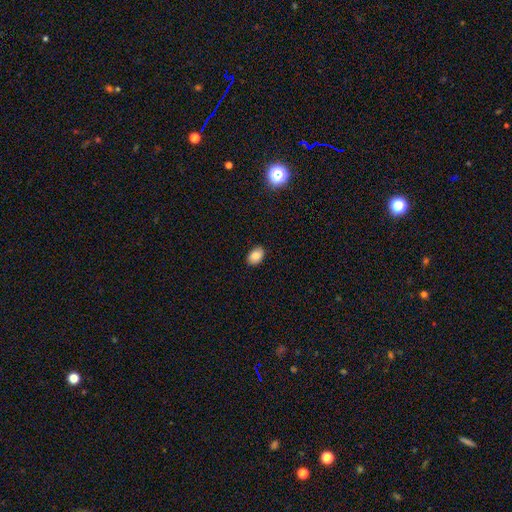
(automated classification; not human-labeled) A smooth galaxy with no disk features (86%) that is in between round and cigar-shaped (85%). Merging: none (88%).